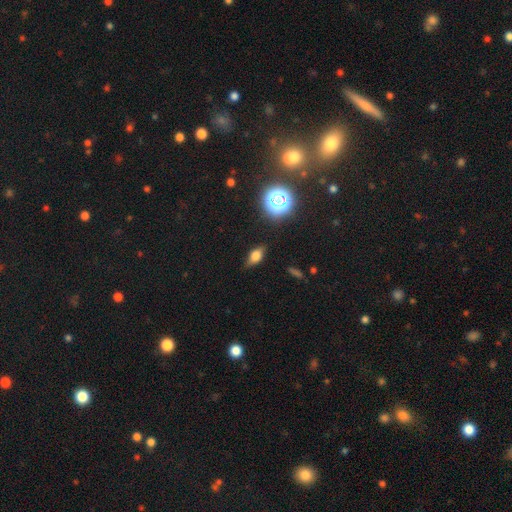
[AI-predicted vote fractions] Smooth or featured? smooth (68%)
How rounded? in between (78%)
Merging? none (78%)